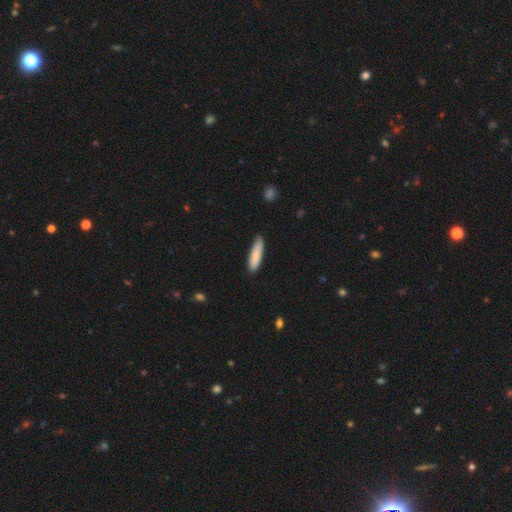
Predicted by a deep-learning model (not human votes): A smooth galaxy with no disk features (85%) that is cigar-shaped (72%).

Vote fractions:
- Smooth or featured? smooth: 85% / featured or disk: 9% / star or artifact: 6%
- How rounded? cigar-shaped: 72% / in between: 27% / round: 1%
- Merging? none: 85% / minor disturbance: 12% / major disturbance: 2% / merger: 1%